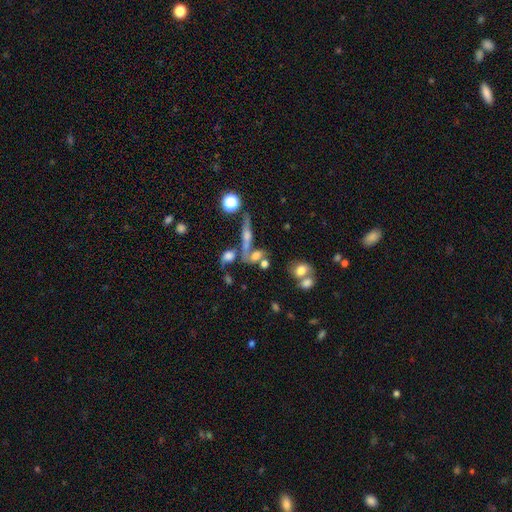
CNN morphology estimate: type=smooth (46%); merging=merger (39%).